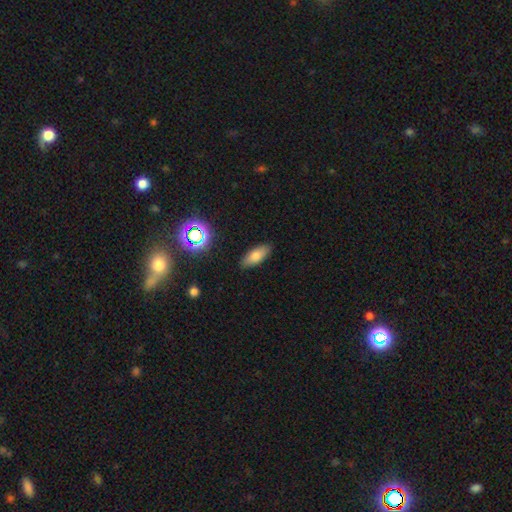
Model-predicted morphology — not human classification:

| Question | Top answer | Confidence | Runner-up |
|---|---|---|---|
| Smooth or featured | smooth | 76% | featured or disk (13%) |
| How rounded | in between | 77% | cigar-shaped (20%) |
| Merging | none | 87% | minor disturbance (9%) |